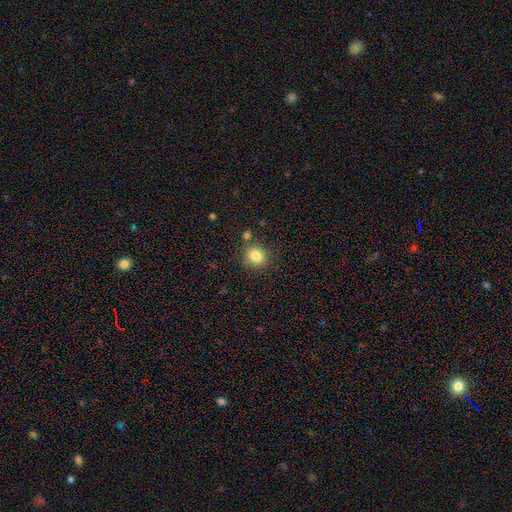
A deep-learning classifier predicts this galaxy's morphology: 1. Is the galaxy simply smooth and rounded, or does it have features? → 83% smooth, 11% star or artifact, 6% featured or disk.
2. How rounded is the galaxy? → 75% round, 24% in between, 1% cigar-shaped.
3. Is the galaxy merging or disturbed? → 80% none, 10% minor disturbance, 7% merger, 3% major disturbance.